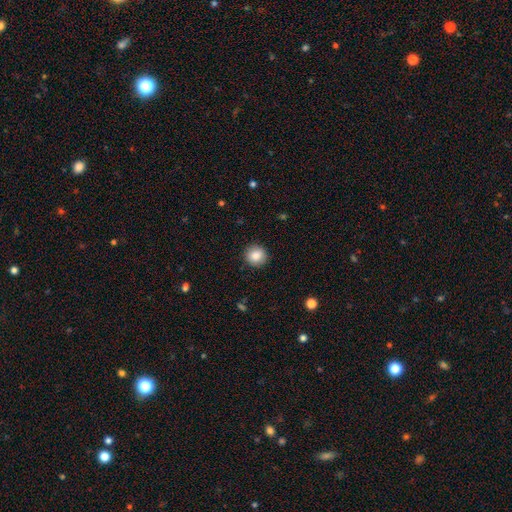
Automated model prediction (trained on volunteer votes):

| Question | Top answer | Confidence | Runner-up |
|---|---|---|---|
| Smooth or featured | smooth | 87% | star or artifact (8%) |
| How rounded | round | 92% | in between (7%) |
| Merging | none | 90% | minor disturbance (7%) |